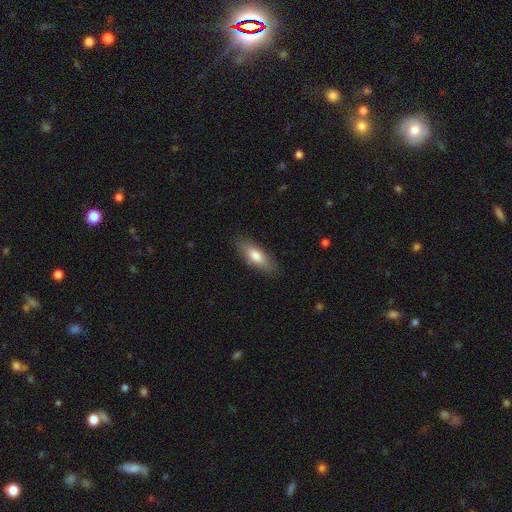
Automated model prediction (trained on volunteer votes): Q: Smooth or featured?
A: smooth (77%); runner-up: featured or disk (17%)
Q: How rounded?
A: in between (66%); runner-up: cigar-shaped (32%)
Q: Merging?
A: none (85%); runner-up: minor disturbance (11%)